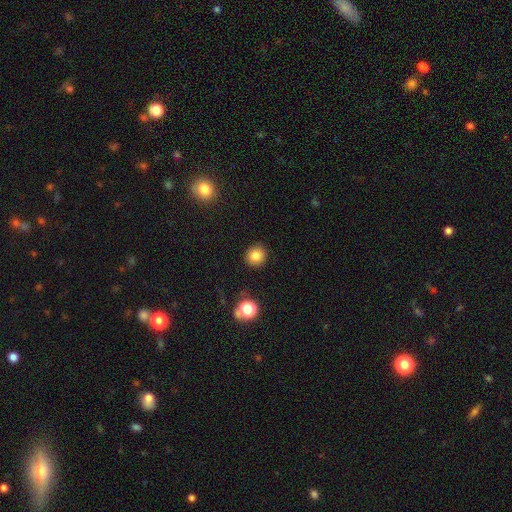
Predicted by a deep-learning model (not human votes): Smooth or featured? smooth (83%)
How rounded? round (89%)
Merging? none (89%)